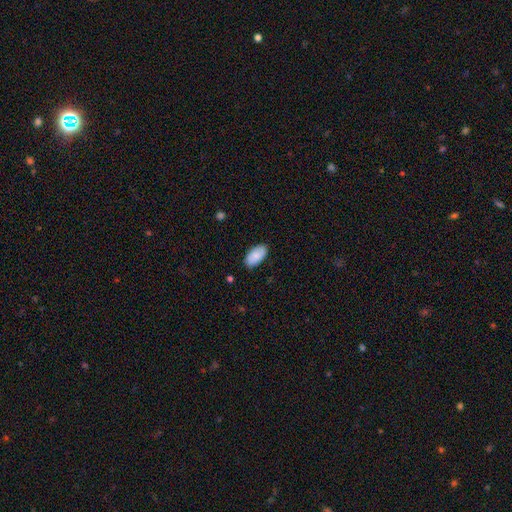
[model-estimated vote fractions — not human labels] Smooth or featured: smooth — 84% (featured or disk — 10%)
How rounded: in between — 96% (round — 3%)
Merging: none — 86% (minor disturbance — 11%)